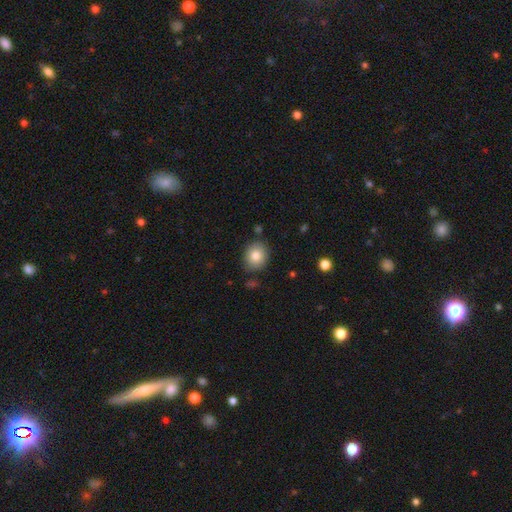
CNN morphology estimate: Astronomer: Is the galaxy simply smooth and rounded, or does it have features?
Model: smooth — 82%.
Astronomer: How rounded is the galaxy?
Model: round — 67%.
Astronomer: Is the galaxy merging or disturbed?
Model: none — 83%.